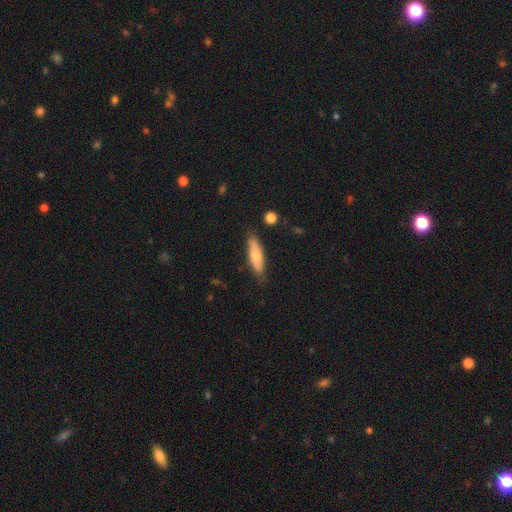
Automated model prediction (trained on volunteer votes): Smooth or featured? Predicted: smooth (p=0.62). How rounded? Predicted: cigar-shaped (p=0.58). Merging? Predicted: none (p=0.79).